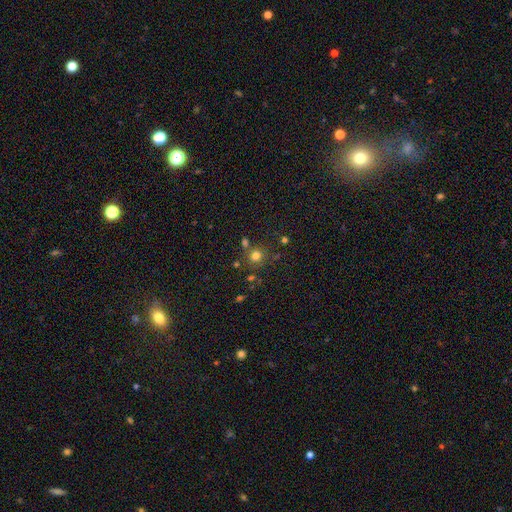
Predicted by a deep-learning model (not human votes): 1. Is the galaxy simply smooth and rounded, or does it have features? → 75% smooth, 17% star or artifact, 7% featured or disk.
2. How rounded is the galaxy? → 89% round, 10% in between, 1% cigar-shaped.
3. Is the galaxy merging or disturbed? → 74% none, 13% merger, 9% minor disturbance, 4% major disturbance.